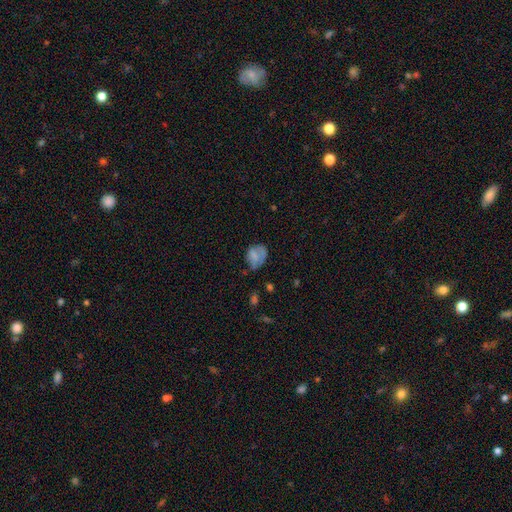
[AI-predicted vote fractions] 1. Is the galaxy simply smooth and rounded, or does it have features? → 64% smooth, 26% featured or disk, 10% star or artifact.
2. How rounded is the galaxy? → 56% in between, 43% round, 1% cigar-shaped.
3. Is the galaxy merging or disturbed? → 42% none, 34% minor disturbance, 20% major disturbance, 3% merger.